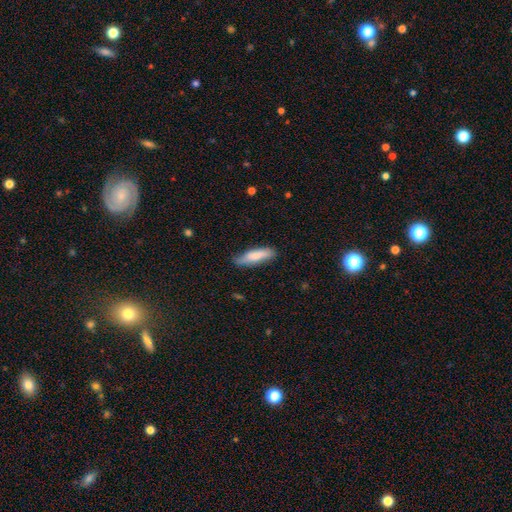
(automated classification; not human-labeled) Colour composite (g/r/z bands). It shows a smooth galaxy with no disk features (77%) that is cigar-shaped (64%). Merging: none (77%).